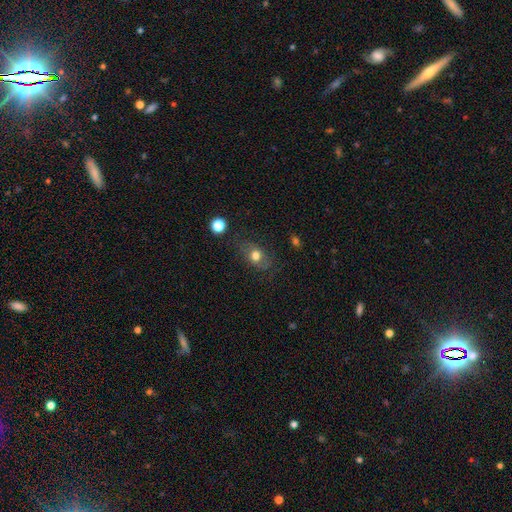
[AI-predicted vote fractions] smooth-or-featured: smooth: 59% | featured or disk: 26% | star or artifact: 15%
  how-rounded: in between: 66% | round: 32% | cigar-shaped: 3%
  merging: none: 75% | minor disturbance: 17% | major disturbance: 7% | merger: 2%